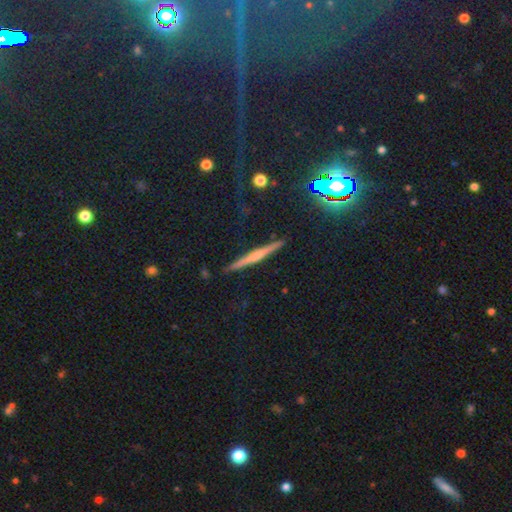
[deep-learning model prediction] featured or disk 55%, smooth 32%, star or artifact 13%. Down the decision tree: edge-on disk — yes (97%); edge-on bulge — rounded (51%); merging — none (89%).